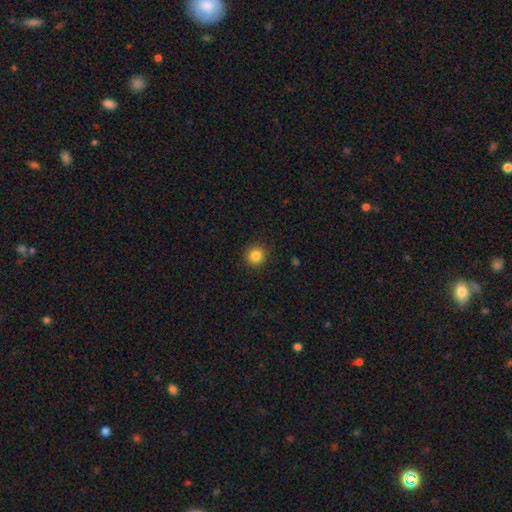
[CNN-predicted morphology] Smooth or featured? smooth (84%)
How rounded? round (93%)
Merging? none (91%)